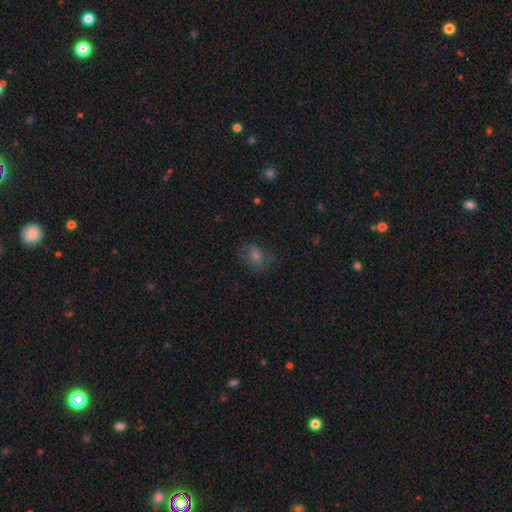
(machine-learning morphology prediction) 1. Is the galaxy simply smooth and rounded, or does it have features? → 50% smooth, 26% featured or disk, 24% star or artifact.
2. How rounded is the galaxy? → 56% round, 42% in between, 1% cigar-shaped.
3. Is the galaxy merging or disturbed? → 72% none, 18% minor disturbance, 9% major disturbance, 1% merger.